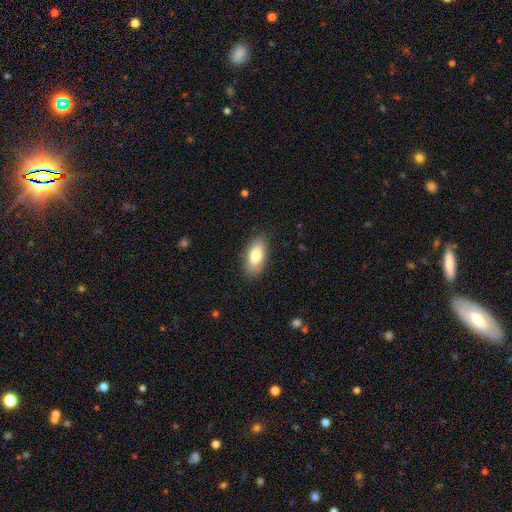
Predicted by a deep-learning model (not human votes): Smooth or featured?
  - smooth: 80% *
  - featured or disk: 13%
  - star or artifact: 7%
How rounded?
  - in between: 89% *
  - cigar-shaped: 8%
  - round: 3%
Merging?
  - none: 84% *
  - minor disturbance: 12%
  - major disturbance: 3%
  - merger: 1%